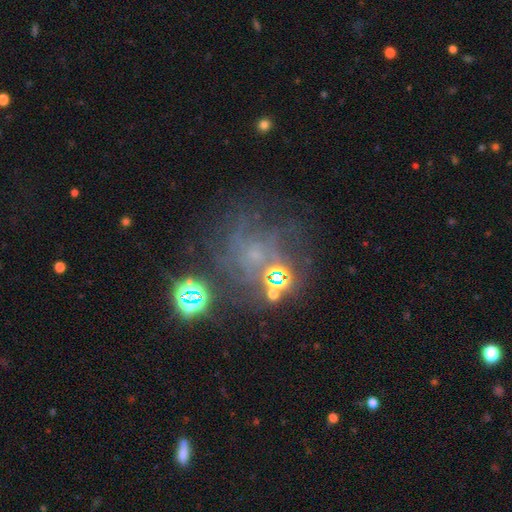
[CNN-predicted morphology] Smooth or featured? featured or disk (48%)
Merging? none (51%)